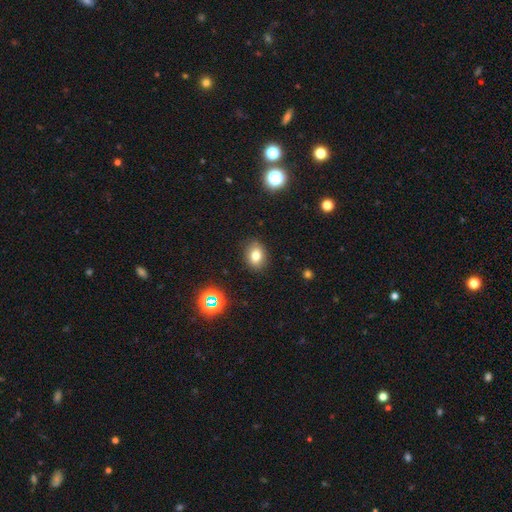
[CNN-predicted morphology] This appears to be a smooth galaxy with no disk features (77%) that is in between round and cigar-shaped (65%). Merging: none (87%).